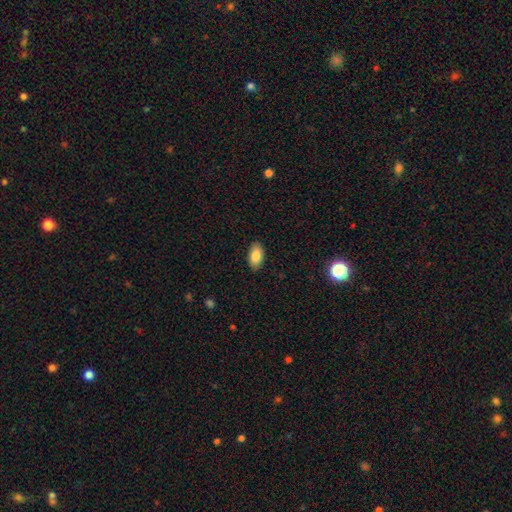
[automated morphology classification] Smooth or featured? smooth (85%)
How rounded? in between (94%)
Merging? none (89%)